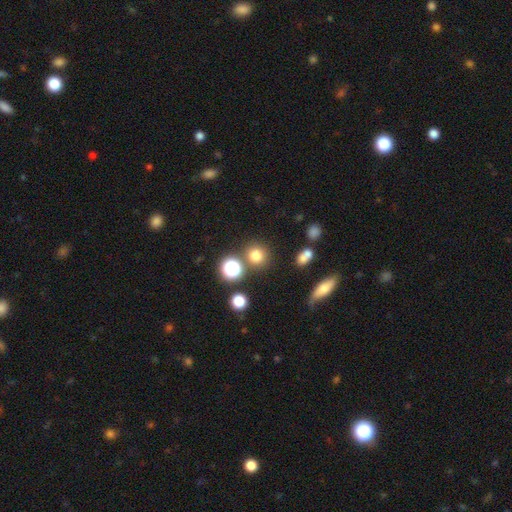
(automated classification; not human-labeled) This is likely a smooth galaxy (76%). How rounded: clearly round (91%). Merging: likely none (80%).